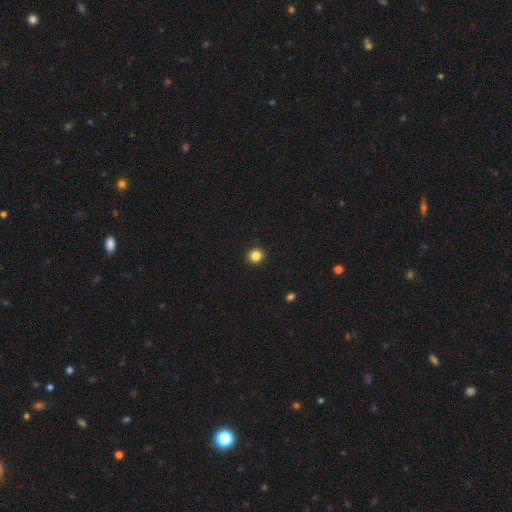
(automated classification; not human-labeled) Q: Smooth or featured?
A: smooth (85%); runner-up: star or artifact (11%)
Q: How rounded?
A: round (95%); runner-up: in between (4%)
Q: Merging?
A: none (94%); runner-up: minor disturbance (4%)